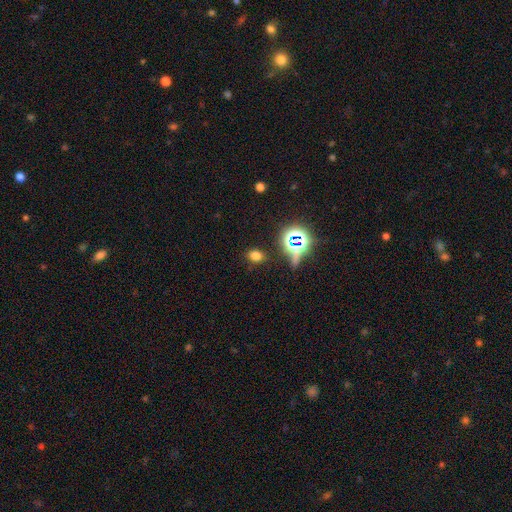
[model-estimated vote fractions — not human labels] A smooth galaxy with no disk features (66%) that is in between round and cigar-shaped (66%). Merging: none (83%).